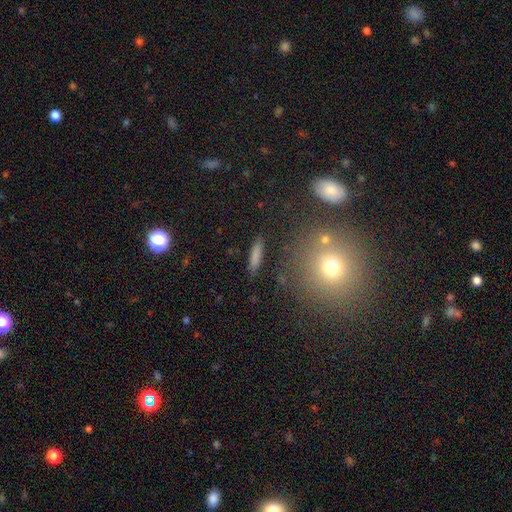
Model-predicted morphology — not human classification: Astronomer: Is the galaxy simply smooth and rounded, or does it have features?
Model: smooth — 80%.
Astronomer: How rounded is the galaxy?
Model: cigar-shaped — 79%.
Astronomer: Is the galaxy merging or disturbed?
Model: none — 86%.